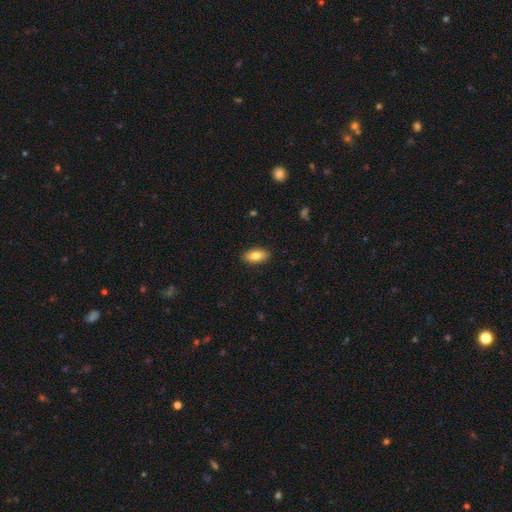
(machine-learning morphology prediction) The model was most divided on "smooth or featured": smooth: 79%, featured or disk: 14%, star or artifact: 7%. More confident: how rounded — in between (90%); merging — none (89%).